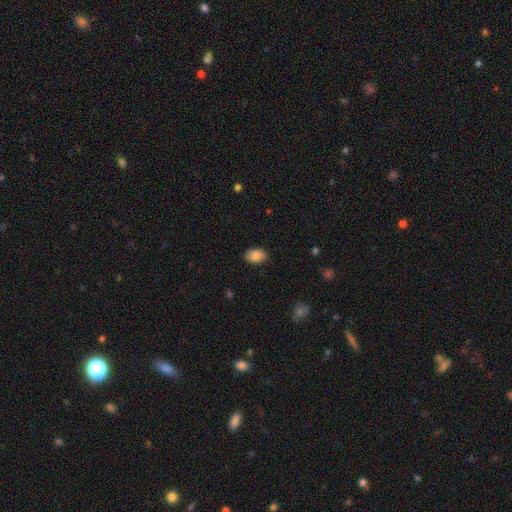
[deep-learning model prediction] Morphology: type=smooth (85%); roundness=in between (81%); merging=none (84%).